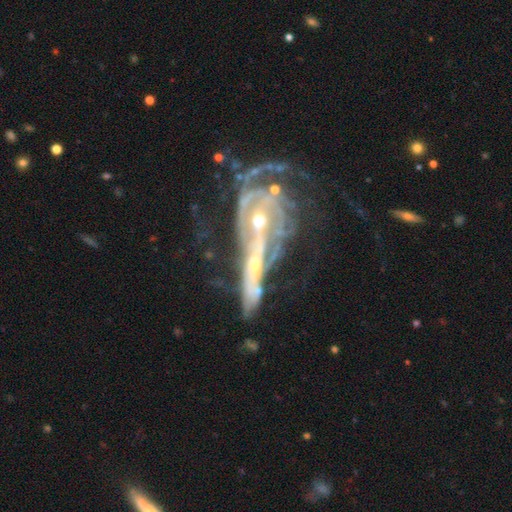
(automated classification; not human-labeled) This appears to be a featured or disk galaxy (83%) with no bar (60%), tight (51%) spiral arms (79%) and a small central bulge (56%). Merging: merger (51%).